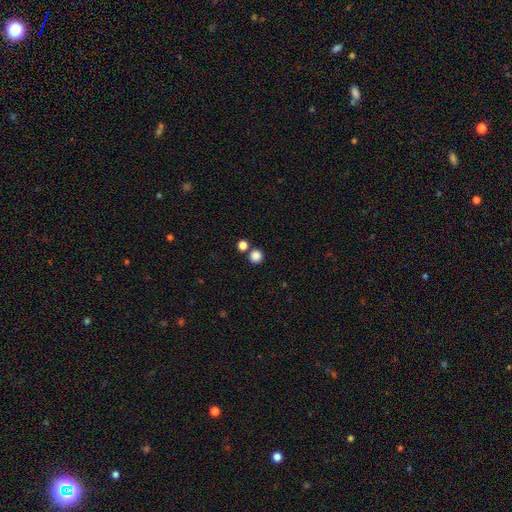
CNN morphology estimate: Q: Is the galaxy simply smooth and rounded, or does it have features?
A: smooth — 84%.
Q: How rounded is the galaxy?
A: round — 93%.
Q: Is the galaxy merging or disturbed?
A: none — 75%.